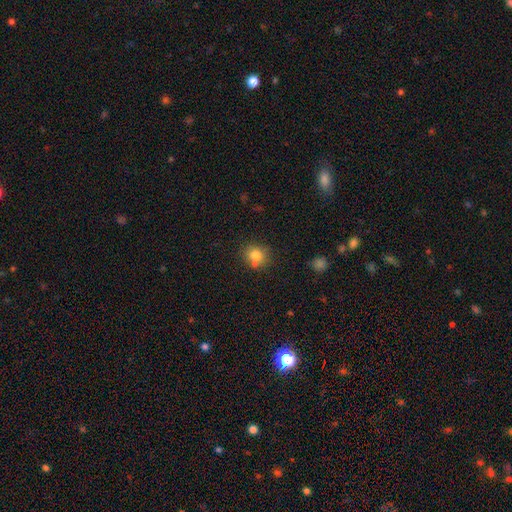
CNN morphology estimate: Smooth or featured? Predicted: smooth (p=0.79). How rounded? Predicted: round (p=0.78). Merging? Predicted: none (p=0.67).